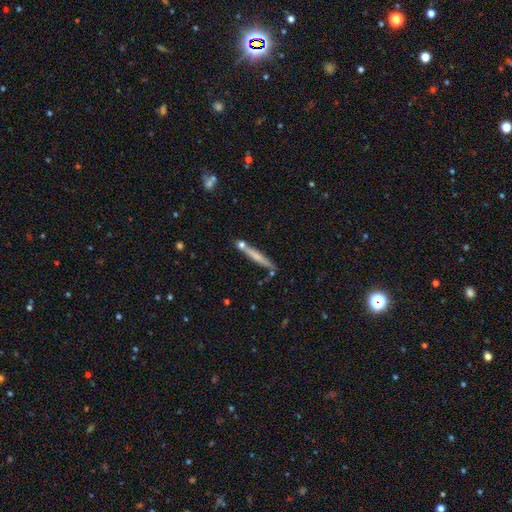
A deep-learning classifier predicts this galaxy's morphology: smooth 54%, featured or disk 40%, star or artifact 7%. Down the decision tree: how rounded — cigar-shaped (95%); merging — none (74%).